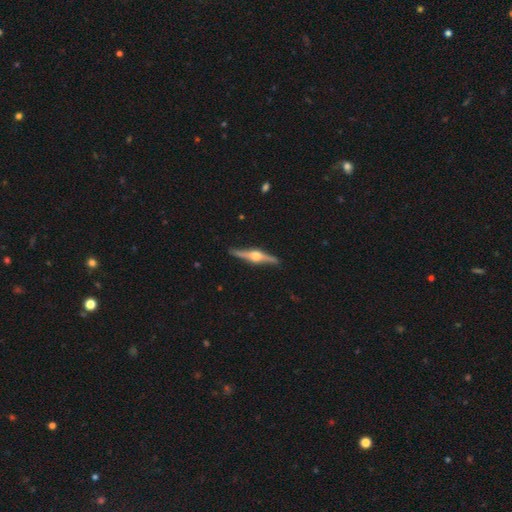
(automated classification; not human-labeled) Smooth or featured? featured or disk (84%)
Edge-on disk? yes (98%)
Edge-on bulge? rounded (95%)
Merging? none (89%)